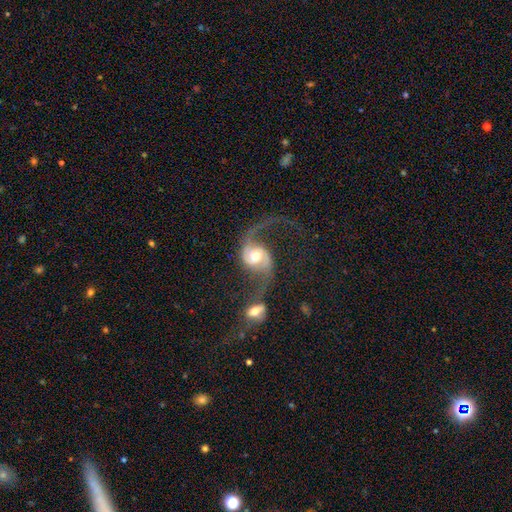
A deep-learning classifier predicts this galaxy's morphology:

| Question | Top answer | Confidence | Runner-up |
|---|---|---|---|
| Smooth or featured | featured or disk | 87% | smooth (8%) |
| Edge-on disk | no | 97% | yes (3%) |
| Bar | no | 50% | weak (38%) |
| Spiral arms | yes | 96% | no (4%) |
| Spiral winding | loose | 68% | medium (26%) |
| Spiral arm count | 2 | 88% | 1 (7%) |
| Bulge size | moderate | 65% | small (20%) |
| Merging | merger | 41% | none (30%) |